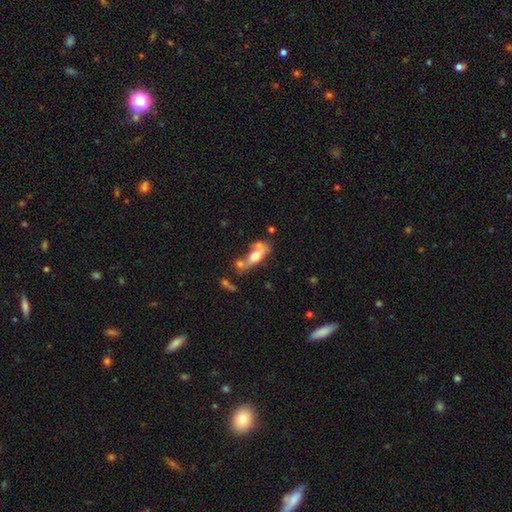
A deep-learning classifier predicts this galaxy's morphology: Smooth or featured: smooth — 51% (featured or disk — 40%)
How rounded: in between — 66% (cigar-shaped — 26%)
Merging: merger — 40% (none — 30%)